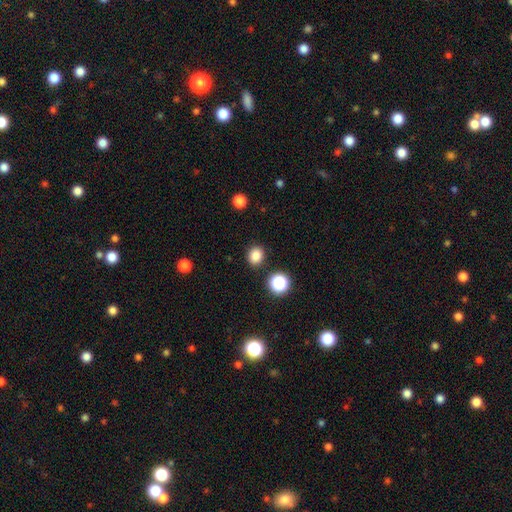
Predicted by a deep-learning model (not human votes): Morphology: type=smooth (84%); roundness=round (71%); merging=none (88%).